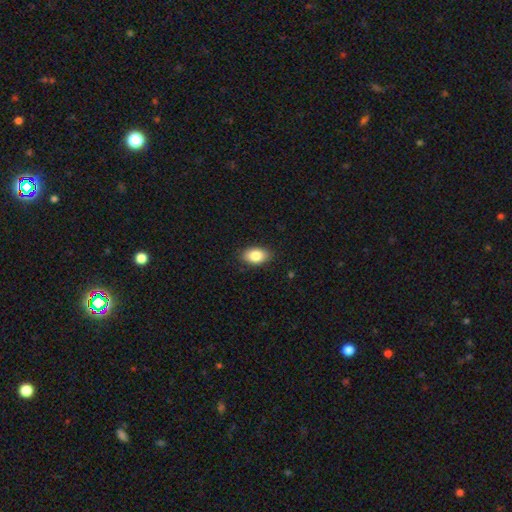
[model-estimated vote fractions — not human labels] This is clearly a smooth galaxy (84%). How rounded: clearly in between (90%). Merging: clearly none (88%).